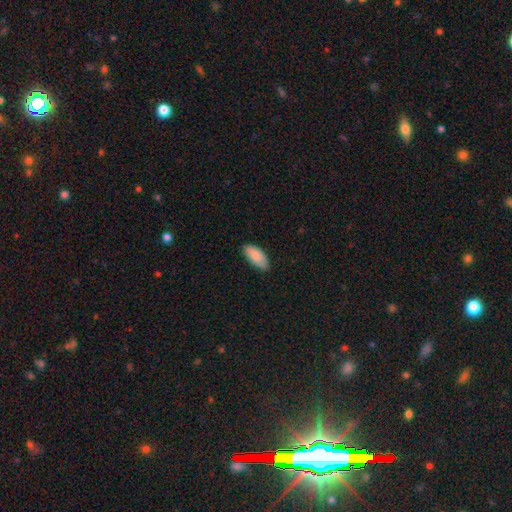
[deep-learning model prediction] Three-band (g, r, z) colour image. It shows a smooth galaxy with no disk features (87%) that is in between round and cigar-shaped (91%). Merging: none (83%).